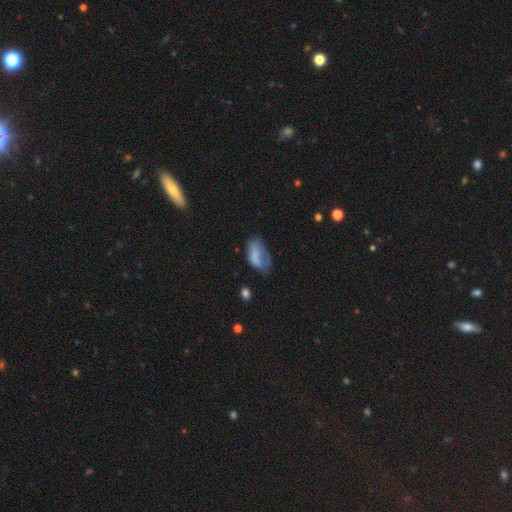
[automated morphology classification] This appears to be a smooth galaxy with no disk features (70%) that is in between round and cigar-shaped (92%). Merging: none (36%).